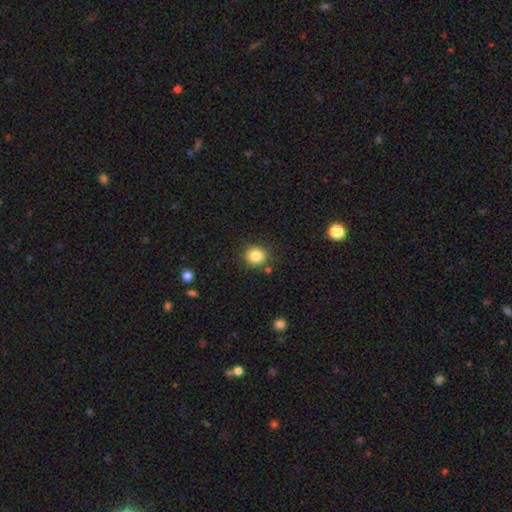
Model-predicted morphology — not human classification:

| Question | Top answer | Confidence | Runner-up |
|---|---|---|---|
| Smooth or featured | smooth | 84% | star or artifact (11%) |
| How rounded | round | 89% | in between (11%) |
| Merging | none | 85% | minor disturbance (8%) |